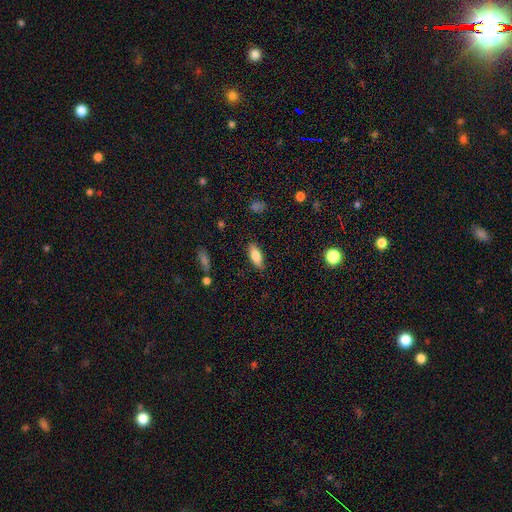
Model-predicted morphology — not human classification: smooth-or-featured: smooth: 78% | featured or disk: 15% | star or artifact: 7%
  how-rounded: in between: 74% | cigar-shaped: 24% | round: 2%
  merging: none: 84% | minor disturbance: 12% | major disturbance: 3% | merger: 1%